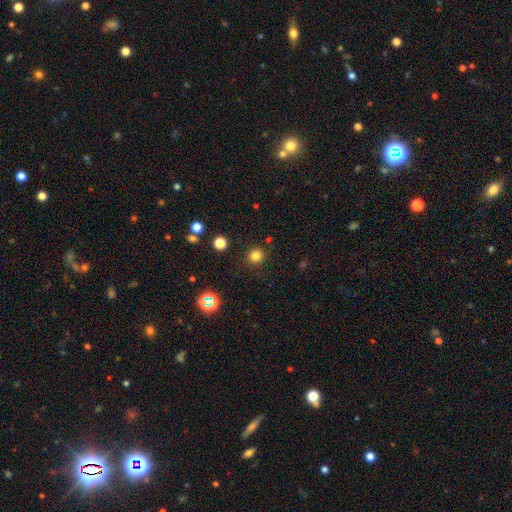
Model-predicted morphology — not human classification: smooth_or_featured: smooth (p=0.80) [alt: star or artifact p=0.16]
how_rounded: round (p=0.92) [alt: in between p=0.07]
merging: none (p=0.88) [alt: minor disturbance p=0.07]